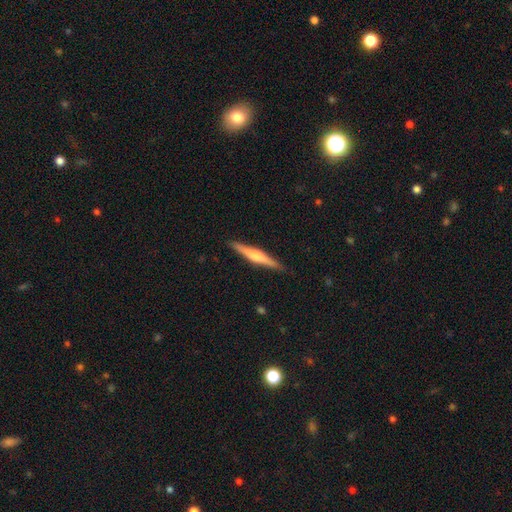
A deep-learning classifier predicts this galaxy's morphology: Q: Smooth or featured?
A: featured or disk (58%); runner-up: smooth (36%)
Q: Edge-on disk?
A: yes (97%); runner-up: no (3%)
Q: Edge-on bulge?
A: rounded (72%); runner-up: none (14%)
Q: Merging?
A: none (90%); runner-up: minor disturbance (8%)